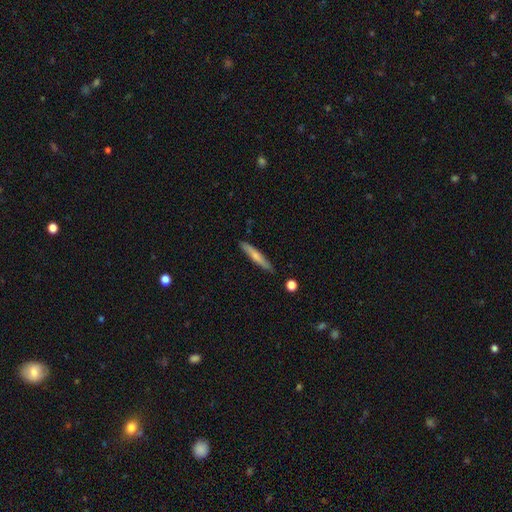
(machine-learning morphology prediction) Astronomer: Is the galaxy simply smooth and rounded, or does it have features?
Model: smooth — 61%.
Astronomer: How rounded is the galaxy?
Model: cigar-shaped — 92%.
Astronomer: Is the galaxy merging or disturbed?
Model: none — 83%.